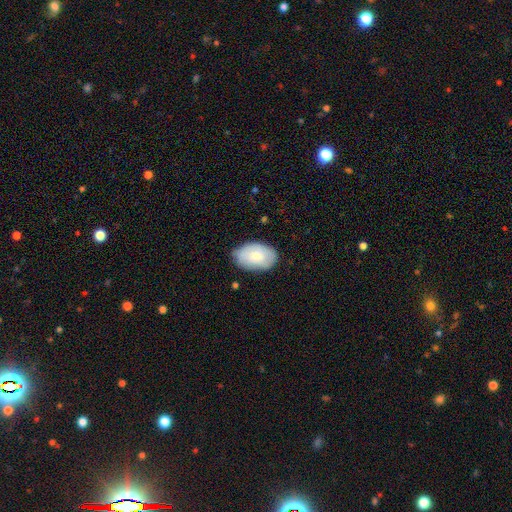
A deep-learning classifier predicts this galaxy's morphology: The model was most divided on "merging": none: 72%, minor disturbance: 23%, major disturbance: 4%, merger: 1%. More confident: how rounded — in between (92%); smooth or featured — smooth (73%).